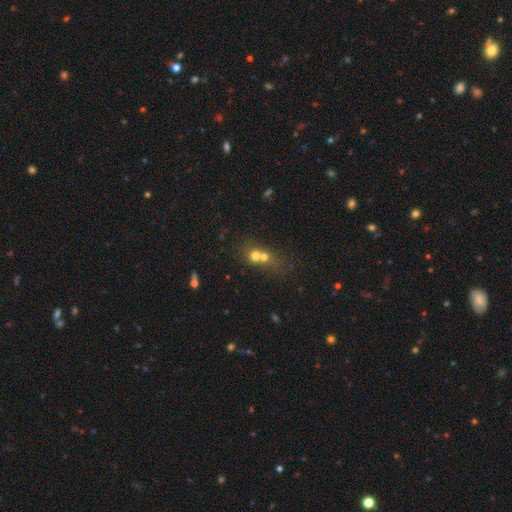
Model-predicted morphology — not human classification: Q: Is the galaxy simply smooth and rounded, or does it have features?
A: smooth — 62%.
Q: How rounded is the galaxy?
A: round — 73%.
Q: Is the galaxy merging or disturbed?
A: merger — 64%.